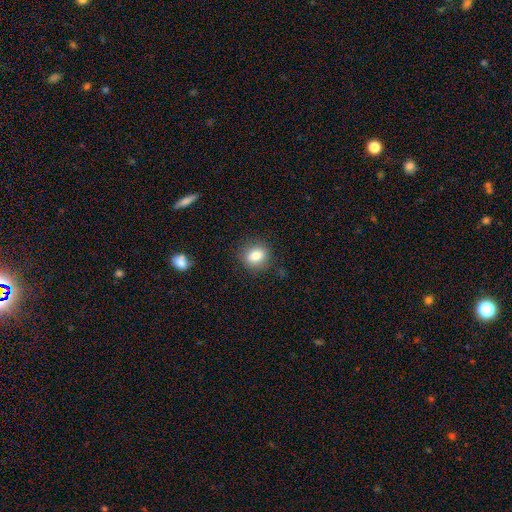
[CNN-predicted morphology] smooth-or-featured: smooth: 81% | star or artifact: 10% | featured or disk: 9%
  how-rounded: round: 65% | in between: 34% | cigar-shaped: 1%
  merging: none: 86% | minor disturbance: 10% | major disturbance: 3% | merger: 1%